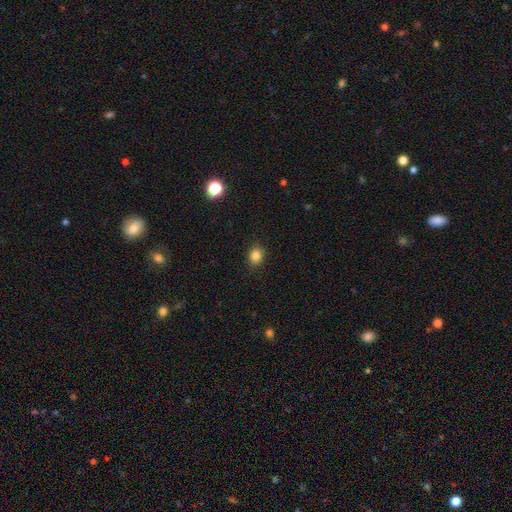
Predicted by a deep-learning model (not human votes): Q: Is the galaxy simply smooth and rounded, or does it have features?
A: smooth — 84%.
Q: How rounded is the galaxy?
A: round — 60%.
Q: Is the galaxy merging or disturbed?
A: none — 89%.